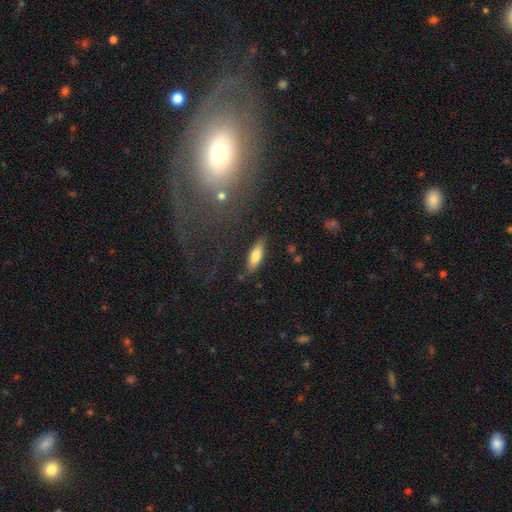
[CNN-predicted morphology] A smooth galaxy with no disk features (76%) that is in between round and cigar-shaped (53%). Merging: none (82%).